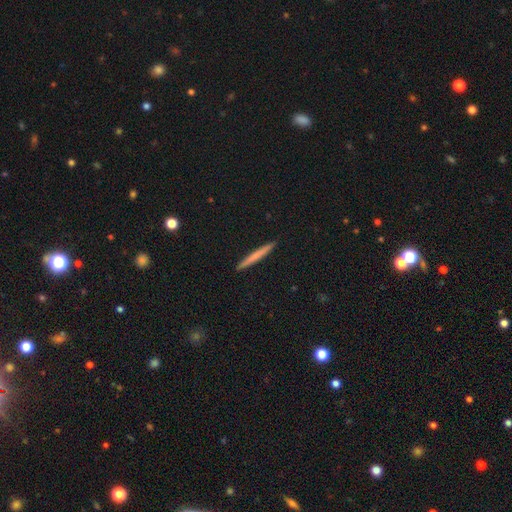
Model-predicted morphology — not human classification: Smooth or featured: smooth — 63% (featured or disk — 32%)
How rounded: cigar-shaped — 97% (in between — 2%)
Merging: none — 93% (minor disturbance — 5%)